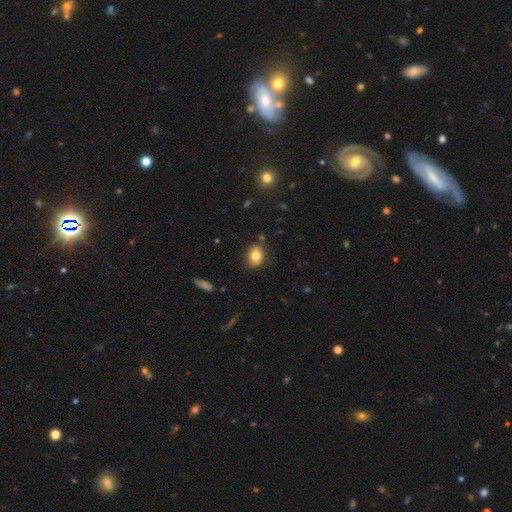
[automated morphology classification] Smooth or featured: smooth — 81% (featured or disk — 10%)
How rounded: in between — 67% (round — 32%)
Merging: none — 83% (minor disturbance — 12%)